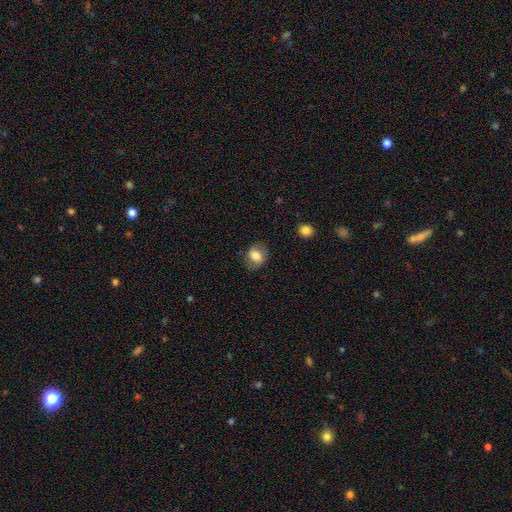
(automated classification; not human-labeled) This appears to be a smooth galaxy with no disk features (75%) that is in between round and cigar-shaped (56%). Merging: none (71%).